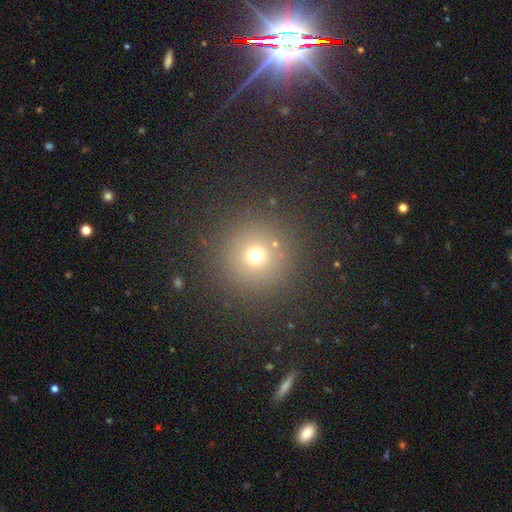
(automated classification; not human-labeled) smooth_or_featured: smooth (p=0.69) [alt: star or artifact p=0.22]
how_rounded: round (p=0.95) [alt: in between p=0.04]
merging: none (p=0.87) [alt: minor disturbance p=0.06]